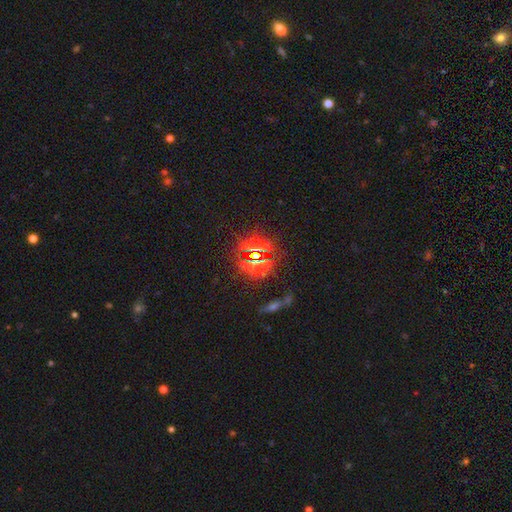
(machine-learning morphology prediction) The model was most divided on "smooth or featured": star or artifact: 78%, smooth: 13%, featured or disk: 9%.